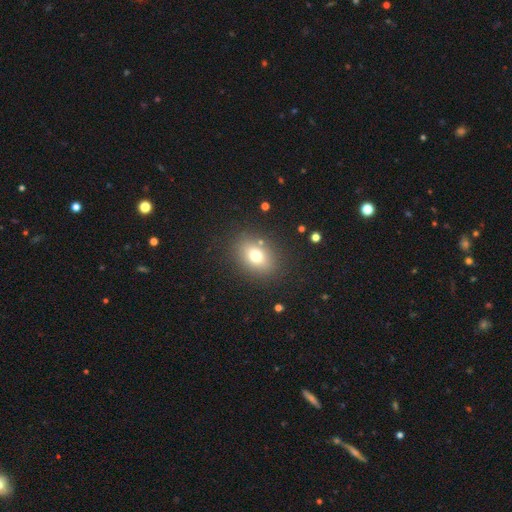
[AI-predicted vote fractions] smooth-or-featured: smooth: 74% | star or artifact: 14% | featured or disk: 13%
  how-rounded: in between: 63% | round: 35% | cigar-shaped: 1%
  merging: none: 84% | minor disturbance: 9% | major disturbance: 4% | merger: 2%